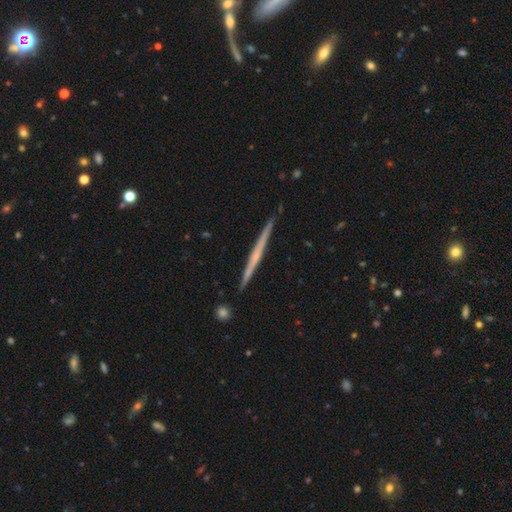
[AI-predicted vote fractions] Overall: featured or disk (65%; smooth 29%). Edge-on disk: yes (98%). Edge-on bulge: none (75%). Merging: none (91%).